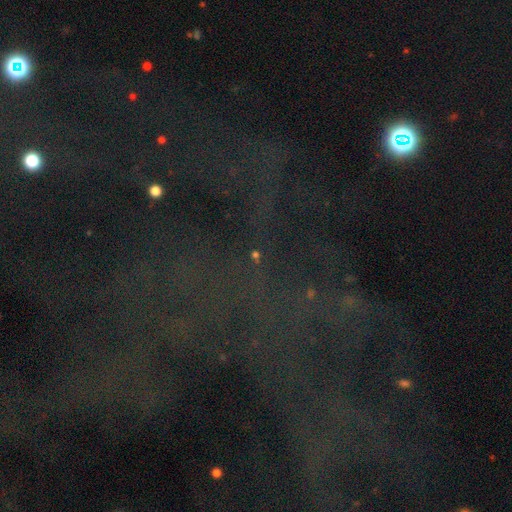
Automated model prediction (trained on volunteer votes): Overall: star or artifact (77%).